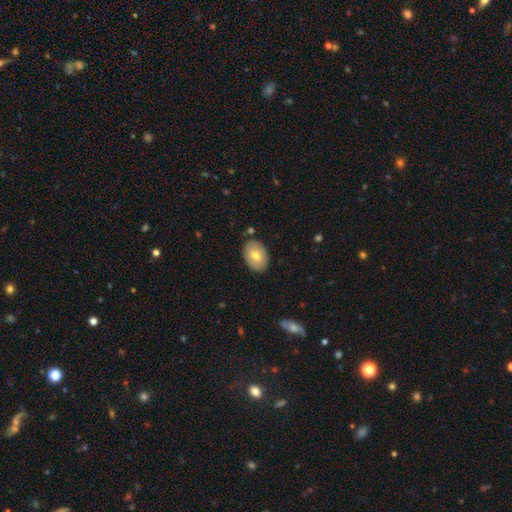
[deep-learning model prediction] A smooth galaxy with no disk features (70%) that is in between round and cigar-shaped (86%). Merging: none (84%).